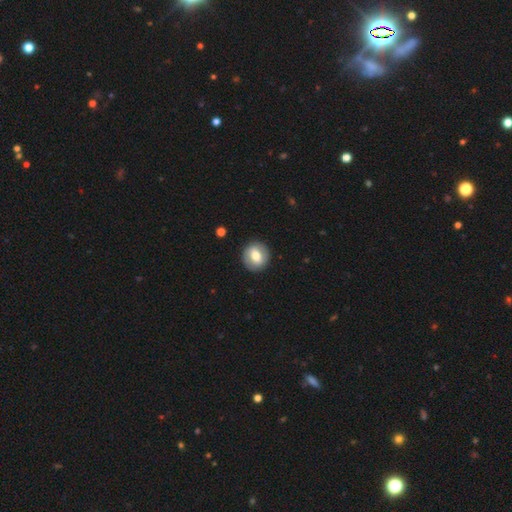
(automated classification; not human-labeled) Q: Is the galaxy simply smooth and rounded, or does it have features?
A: smooth — 53%.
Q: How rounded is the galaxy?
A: round — 83%.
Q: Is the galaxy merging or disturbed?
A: none — 89%.